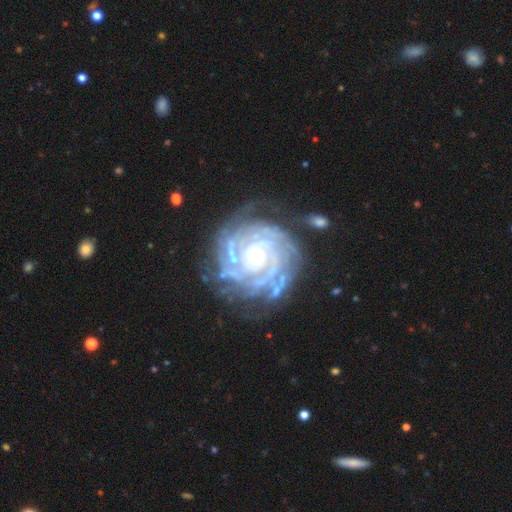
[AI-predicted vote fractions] smooth_or_featured: featured or disk (p=0.91) [alt: star or artifact p=0.05]
disk_edge_on: no (p=0.97) [alt: yes p=0.03]
bar: no (p=0.77) [alt: weak p=0.15]
has_spiral_arms: yes (p=0.98) [alt: no p=0.02]
spiral_winding: tight (p=0.84) [alt: medium p=0.13]
spiral_arm_count: can't tell (p=0.23) [alt: 4 p=0.21]
bulge_size: small (p=0.55) [alt: moderate p=0.41]
merging: none (p=0.71) [alt: minor disturbance p=0.18]